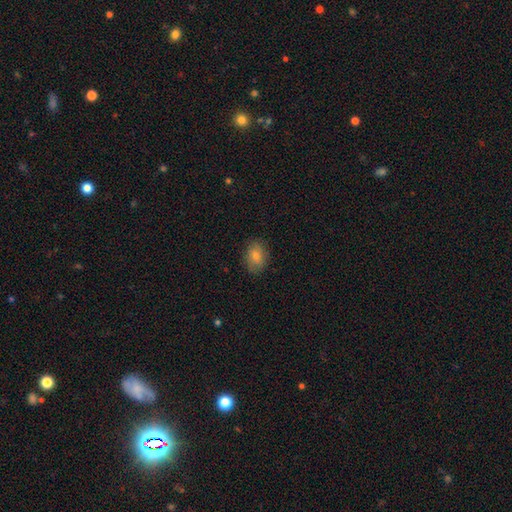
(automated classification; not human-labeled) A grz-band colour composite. It shows a smooth galaxy with no disk features (76%) that is in between round and cigar-shaped (71%). Merging: none (84%).